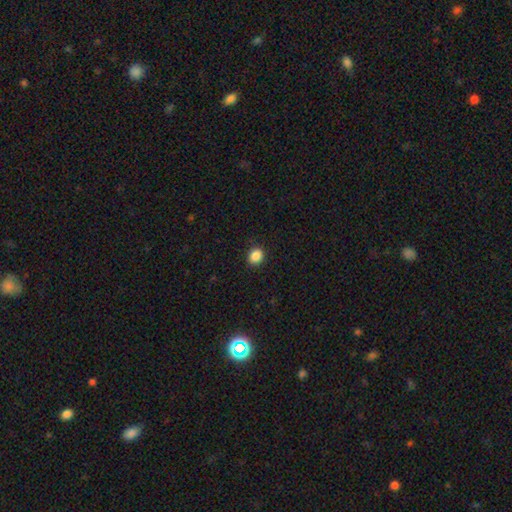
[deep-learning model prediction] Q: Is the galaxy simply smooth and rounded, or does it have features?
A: smooth — 87%.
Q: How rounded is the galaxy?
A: round — 69%.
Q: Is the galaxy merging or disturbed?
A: none — 91%.